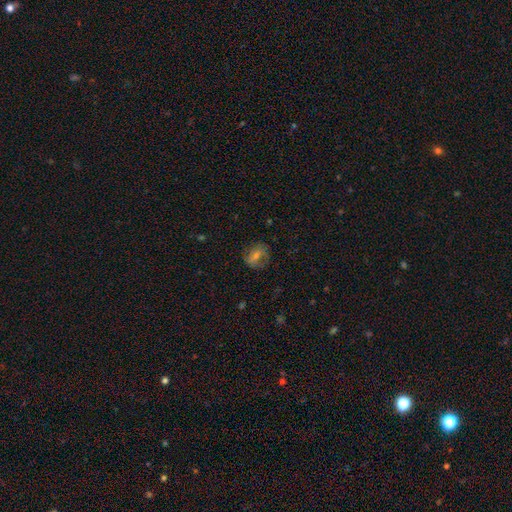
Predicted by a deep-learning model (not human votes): This appears to be a smooth galaxy with no disk features (45%). Merging: none (73%).